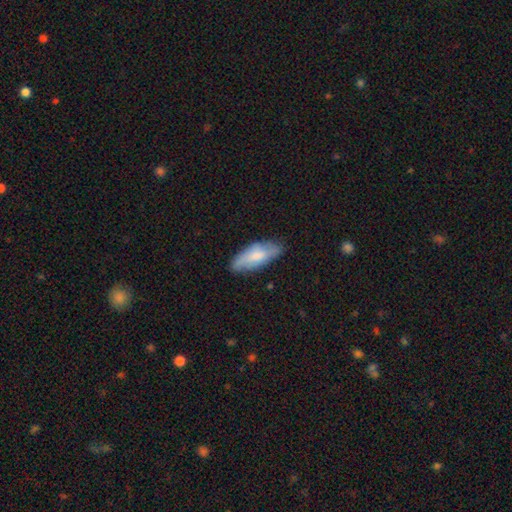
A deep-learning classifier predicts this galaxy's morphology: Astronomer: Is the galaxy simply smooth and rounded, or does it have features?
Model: smooth — 72%.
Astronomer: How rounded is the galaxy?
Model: in between — 74%.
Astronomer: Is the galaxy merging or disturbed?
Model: none — 74%.